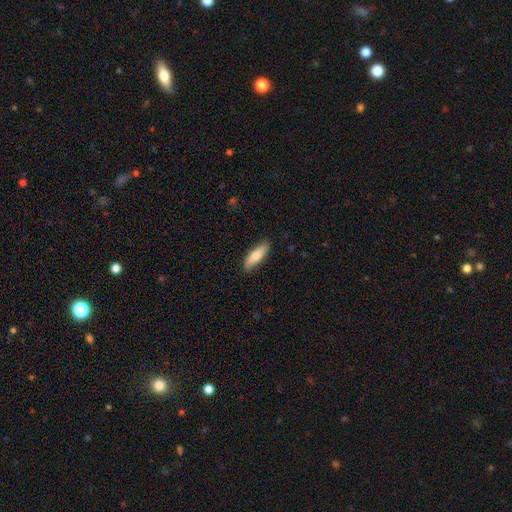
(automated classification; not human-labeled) smooth 73%, featured or disk 21%, star or artifact 6%. Down the decision tree: how rounded — cigar-shaped (57%); merging — none (84%).